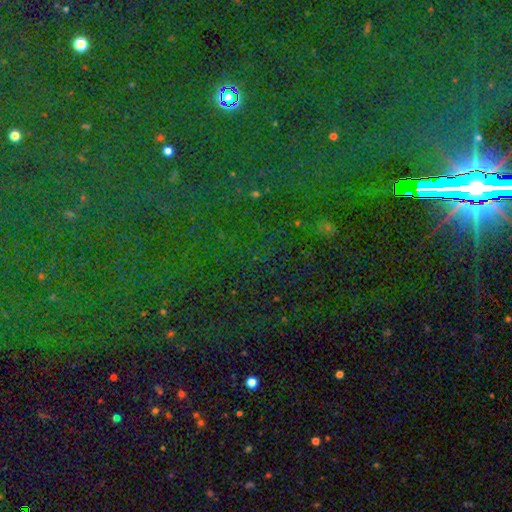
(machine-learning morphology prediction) Smooth or featured: star or artifact — 85% (smooth — 8%)